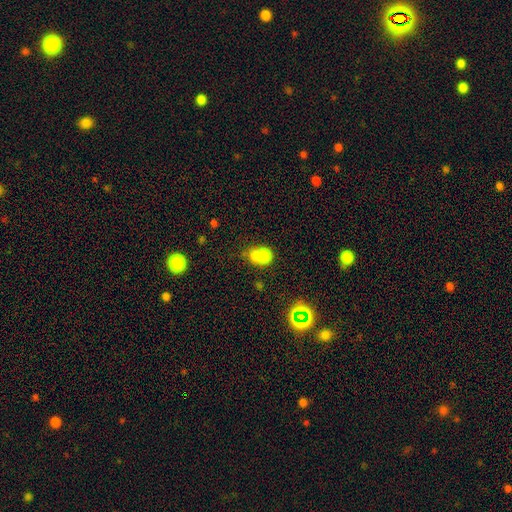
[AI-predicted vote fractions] Overall: smooth (72%). How rounded: round (65%; in between 34%). Merging: merger (59%; none 29%).